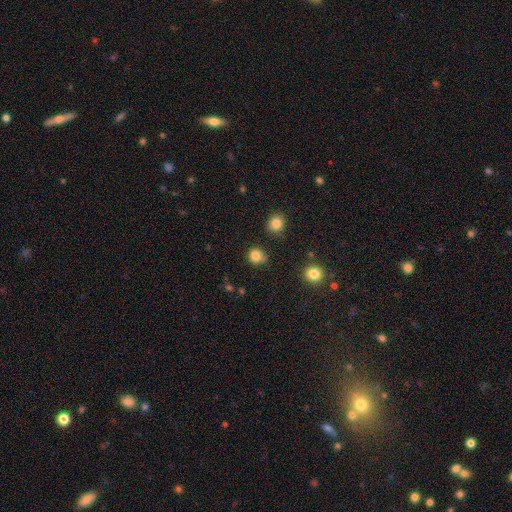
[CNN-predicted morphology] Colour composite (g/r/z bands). It shows a smooth galaxy with no disk features (83%) that is round (87%). Merging: none (75%).